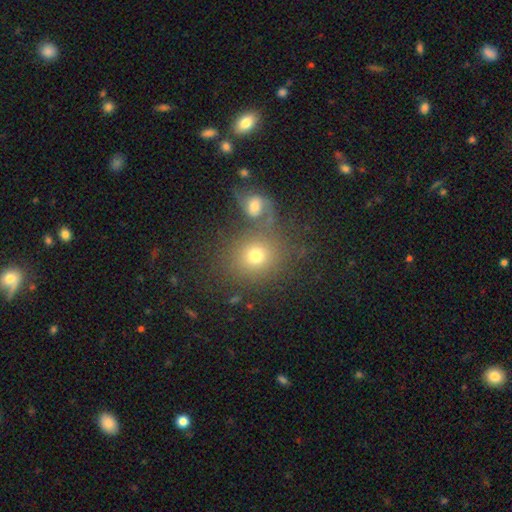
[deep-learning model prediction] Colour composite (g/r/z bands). It shows a smooth galaxy with no disk features (66%) that is round (75%). Merging: none (50%).